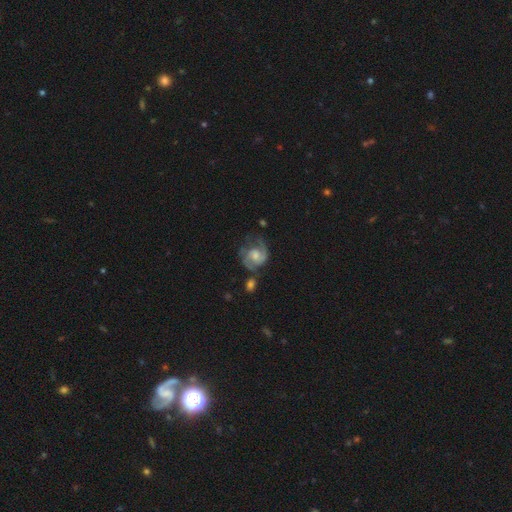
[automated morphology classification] A featured or disk galaxy (80%) with no bar (57%), 2 (78%) medium (50%) spiral arms (95%) and a moderate central bulge (52%). Merging: none (54%).